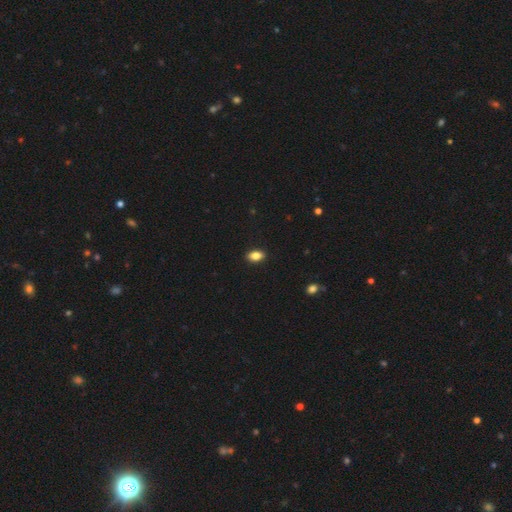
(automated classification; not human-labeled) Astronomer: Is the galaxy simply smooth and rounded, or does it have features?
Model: smooth — 85%.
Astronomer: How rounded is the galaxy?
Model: in between — 88%.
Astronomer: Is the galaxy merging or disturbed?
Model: none — 90%.